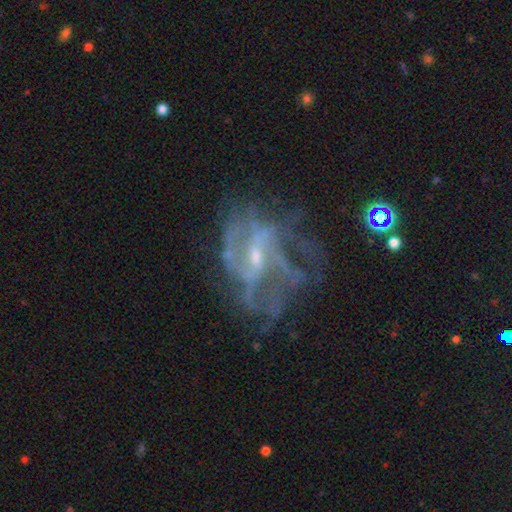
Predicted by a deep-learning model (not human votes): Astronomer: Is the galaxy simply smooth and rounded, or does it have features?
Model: featured or disk — 79%.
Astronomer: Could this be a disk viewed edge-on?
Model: no — 96%.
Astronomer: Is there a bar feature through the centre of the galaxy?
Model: weak — 47% (runner-up: no, 33%).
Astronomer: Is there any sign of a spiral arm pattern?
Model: yes — 70%.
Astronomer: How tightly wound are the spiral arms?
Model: medium — 40% (runner-up: loose, 39%).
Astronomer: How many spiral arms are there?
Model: can't tell — 42% (runner-up: 2, 24%).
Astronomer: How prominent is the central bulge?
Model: small — 64%.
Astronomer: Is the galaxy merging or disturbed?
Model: none — 44% (runner-up: major disturbance, 32%).